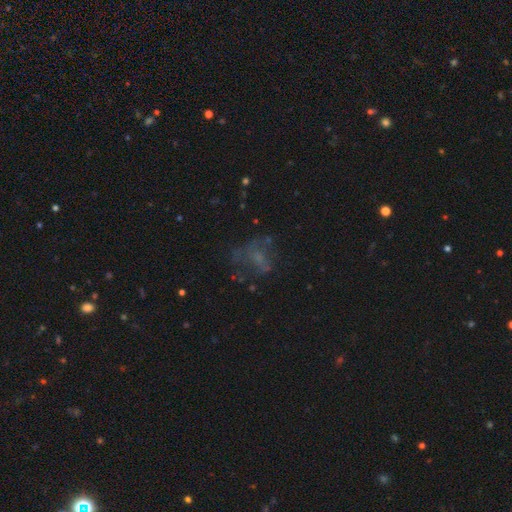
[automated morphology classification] This appears to be a featured or disk galaxy (40%). Merging: none (45%).